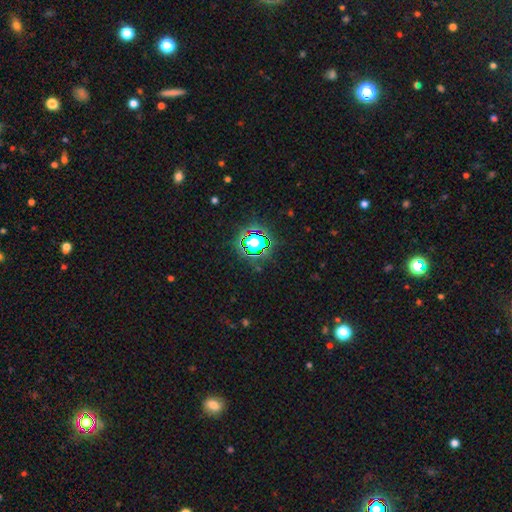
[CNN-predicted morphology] Smooth or featured?
  - star or artifact: 78% *
  - smooth: 14%
  - featured or disk: 8%